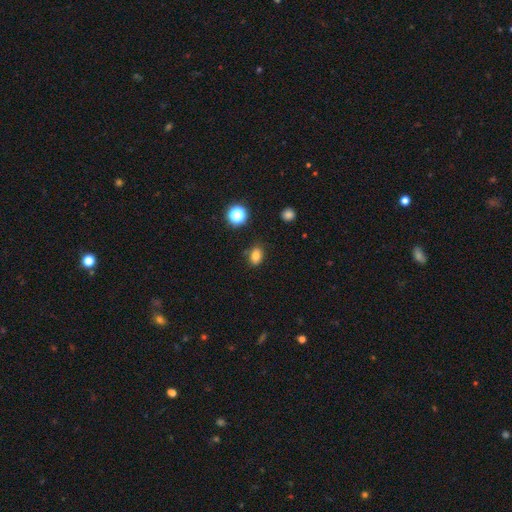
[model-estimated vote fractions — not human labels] Smooth or featured?
  - smooth: 81% *
  - star or artifact: 14%
  - featured or disk: 6%
How rounded?
  - in between: 74% *
  - round: 25%
  - cigar-shaped: 1%
Merging?
  - none: 82% *
  - minor disturbance: 12%
  - major disturbance: 3%
  - merger: 3%